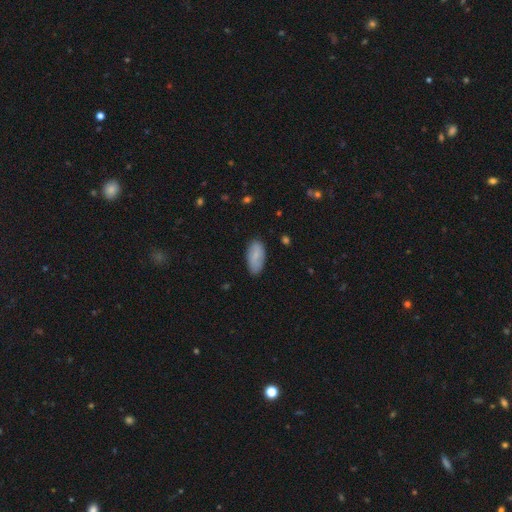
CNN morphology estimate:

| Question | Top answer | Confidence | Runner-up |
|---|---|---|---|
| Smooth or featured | smooth | 79% | featured or disk (15%) |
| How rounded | in between | 91% | cigar-shaped (7%) |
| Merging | none | 83% | minor disturbance (13%) |